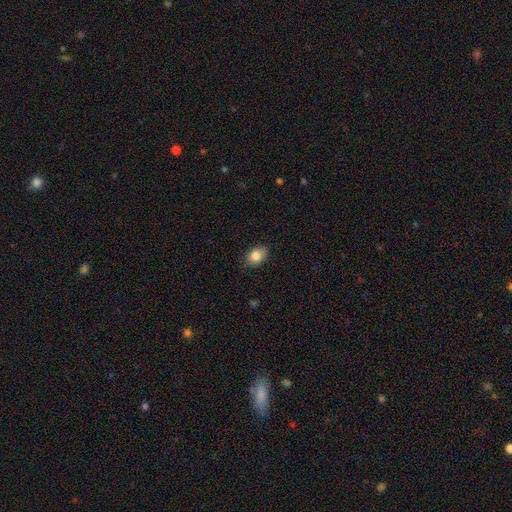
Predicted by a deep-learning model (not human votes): smooth 84%, star or artifact 8%, featured or disk 8%. Down the decision tree: how rounded — in between (73%); merging — none (81%).